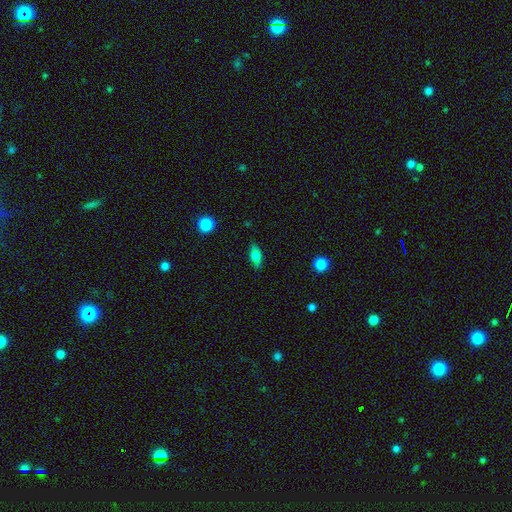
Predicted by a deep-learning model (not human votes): Smooth or featured? smooth (72%)
How rounded? in between (77%)
Merging? none (84%)